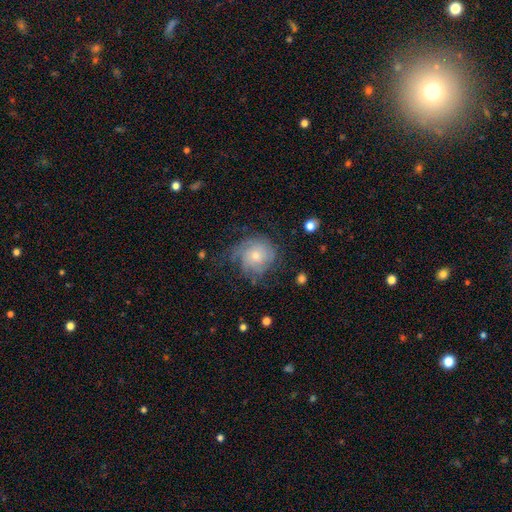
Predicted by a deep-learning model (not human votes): smooth_or_featured: featured or disk (p=0.57) [alt: smooth p=0.34]
disk_edge_on: no (p=0.97) [alt: yes p=0.03]
bar: no (p=0.81) [alt: weak p=0.17]
has_spiral_arms: yes (p=0.83) [alt: no p=0.17]
bulge_size: small (p=0.54) [alt: moderate p=0.40]
merging: none (p=0.55) [alt: minor disturbance p=0.25]